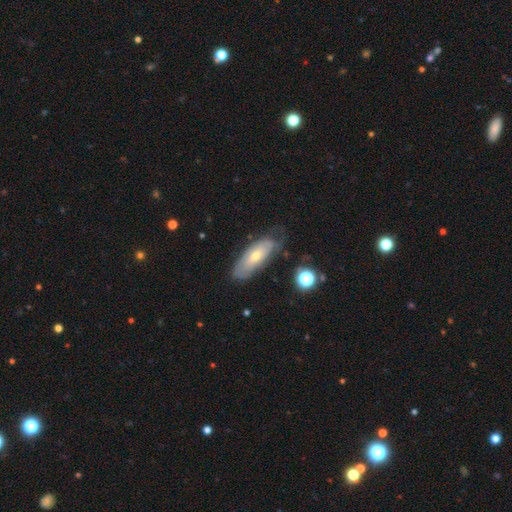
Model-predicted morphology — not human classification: smooth_or_featured: featured or disk (p=0.50) [alt: smooth p=0.43]
merging: none (p=0.61) [alt: minor disturbance p=0.28]